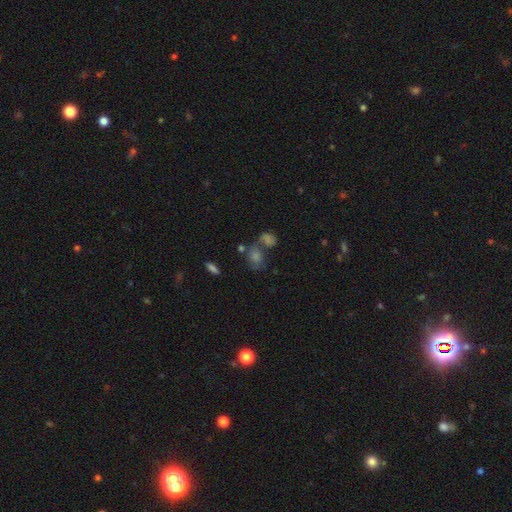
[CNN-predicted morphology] Q: Smooth or featured?
A: smooth (51%); runner-up: star or artifact (31%)
Q: How rounded?
A: round (59%); runner-up: in between (38%)
Q: Merging?
A: none (53%); runner-up: merger (29%)